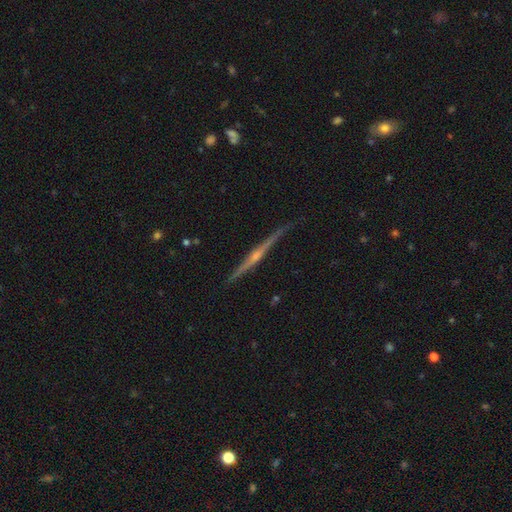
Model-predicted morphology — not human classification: Q: Smooth or featured?
A: featured or disk (82%); runner-up: smooth (12%)
Q: Edge-on disk?
A: yes (98%); runner-up: no (2%)
Q: Edge-on bulge?
A: rounded (80%); runner-up: none (14%)
Q: Merging?
A: none (87%); runner-up: minor disturbance (10%)